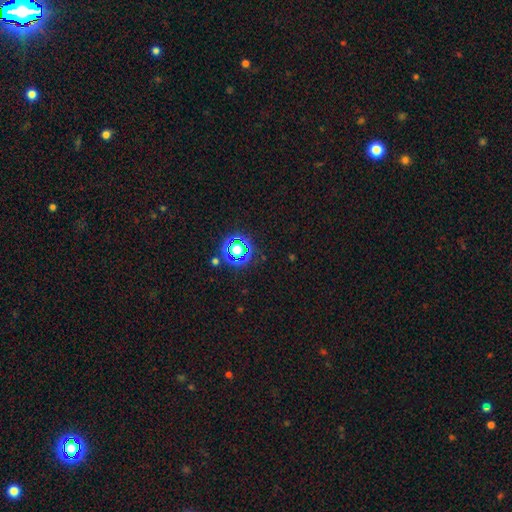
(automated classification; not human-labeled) Q: Smooth or featured?
A: star or artifact (78%); runner-up: smooth (16%)